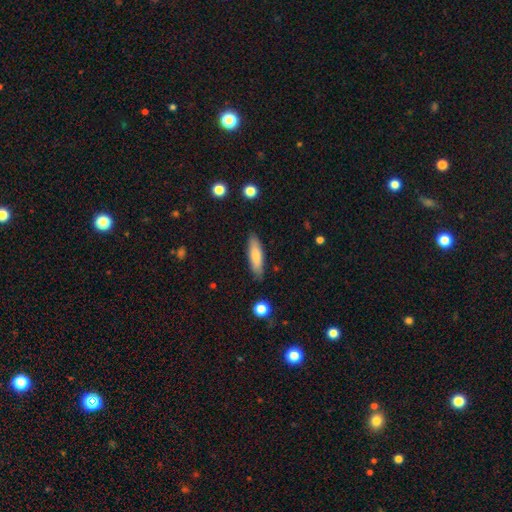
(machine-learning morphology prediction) type=smooth (74%); roundness=cigar-shaped (60%); merging=none (85%).